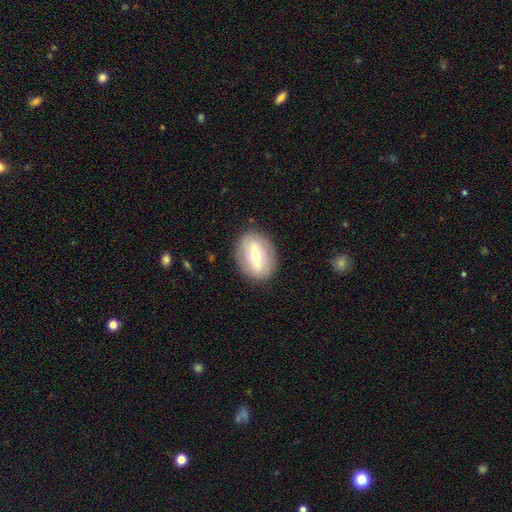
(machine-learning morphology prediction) smooth-or-featured: featured or disk: 50% | smooth: 43% | star or artifact: 7%
  merging: none: 86% | minor disturbance: 10% | major disturbance: 3% | merger: 1%